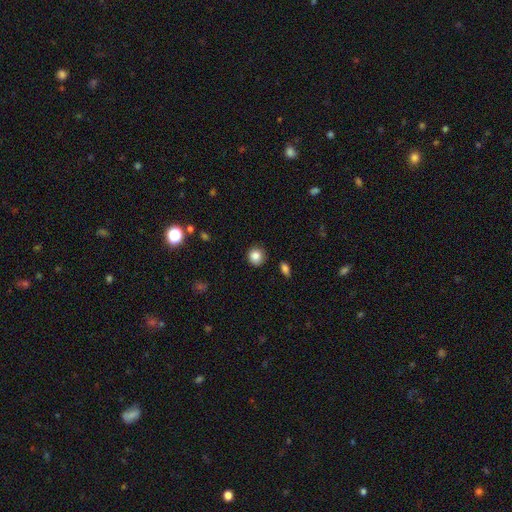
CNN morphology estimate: Smooth or featured? smooth (85%)
How rounded? round (91%)
Merging? none (89%)